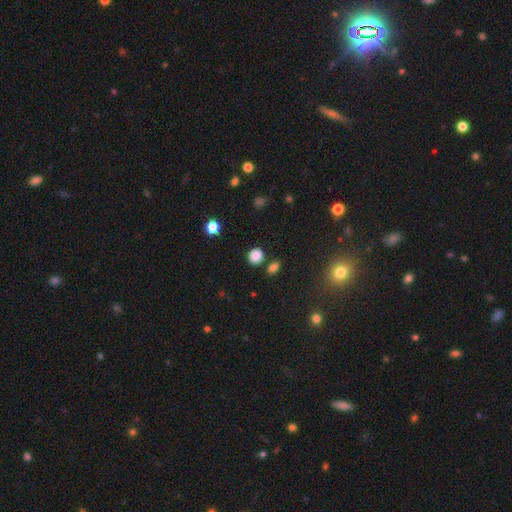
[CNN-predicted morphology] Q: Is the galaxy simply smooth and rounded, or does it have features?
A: smooth — 84%.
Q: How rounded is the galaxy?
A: round — 85%.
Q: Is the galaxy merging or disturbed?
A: none — 82%.